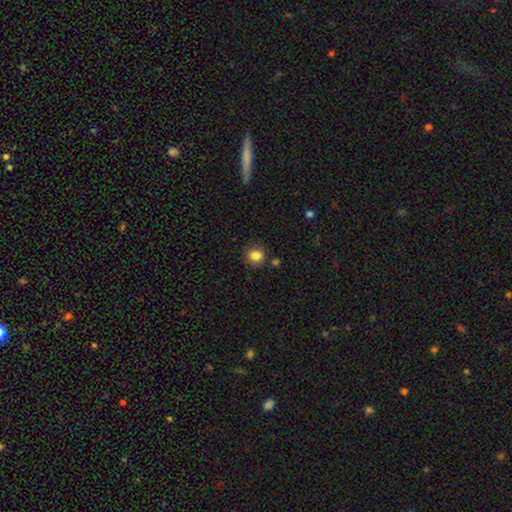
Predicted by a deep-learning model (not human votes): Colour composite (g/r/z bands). It shows a smooth galaxy with no disk features (84%) that is round (87%). Merging: none (84%).